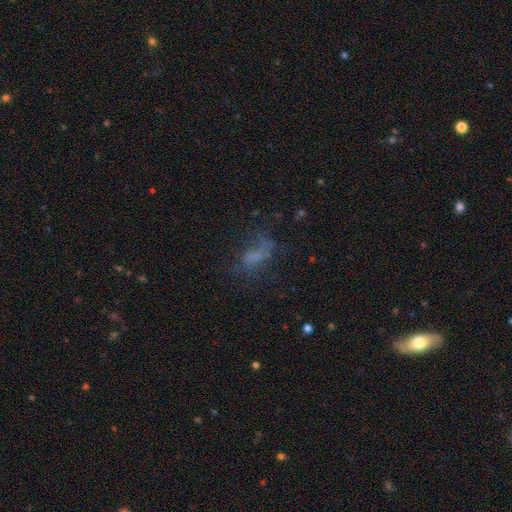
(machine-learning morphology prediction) Smooth or featured: smooth — 45% (featured or disk — 31%)
Merging: none — 44% (major disturbance — 31%)